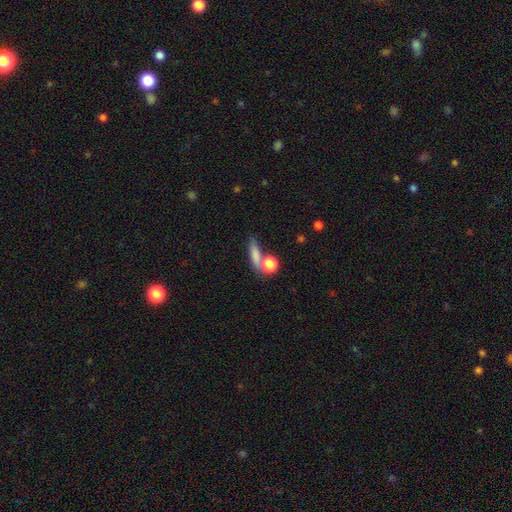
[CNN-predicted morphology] smooth 76%, featured or disk 13%, star or artifact 11%. Down the decision tree: how rounded — cigar-shaped (49%); merging — none (58%).